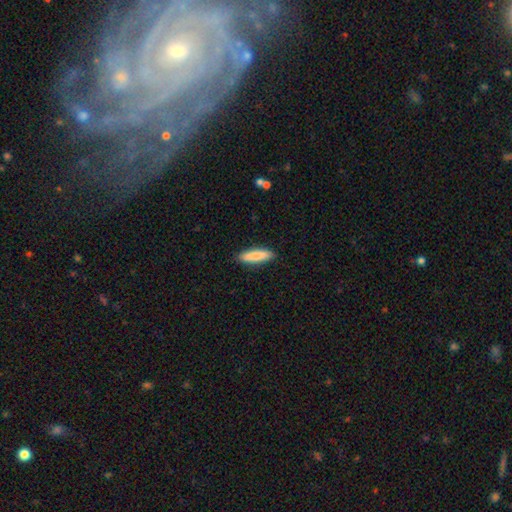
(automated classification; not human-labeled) A smooth galaxy with no disk features (85%) that is cigar-shaped (76%). Merging: none (90%).